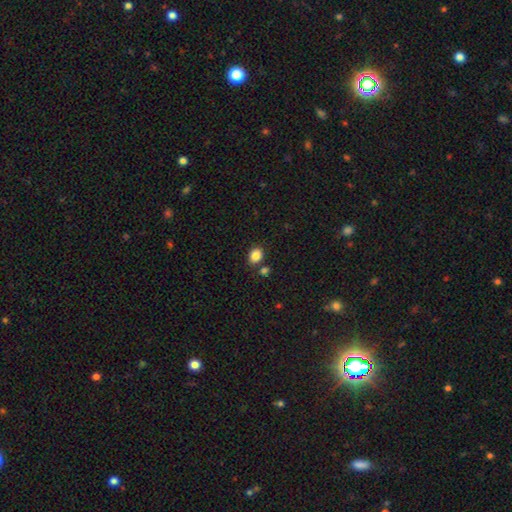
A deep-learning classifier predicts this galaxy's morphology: Overall: smooth (86%). How rounded: in between (52%; round 47%). Merging: none (77%).